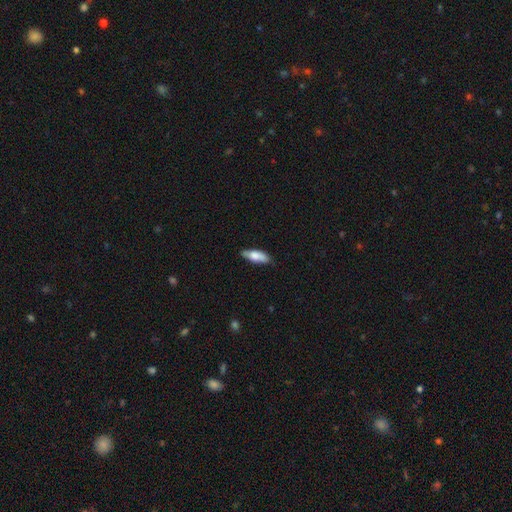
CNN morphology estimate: Smooth or featured? Predicted: smooth (p=0.75). How rounded? Predicted: in between (p=0.66). Merging? Predicted: none (p=0.76).